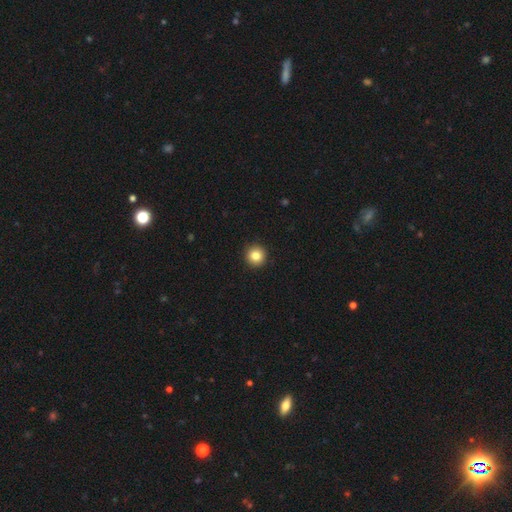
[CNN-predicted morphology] This is clearly a smooth galaxy (85%). How rounded: clearly round (95%). Merging: clearly none (93%).